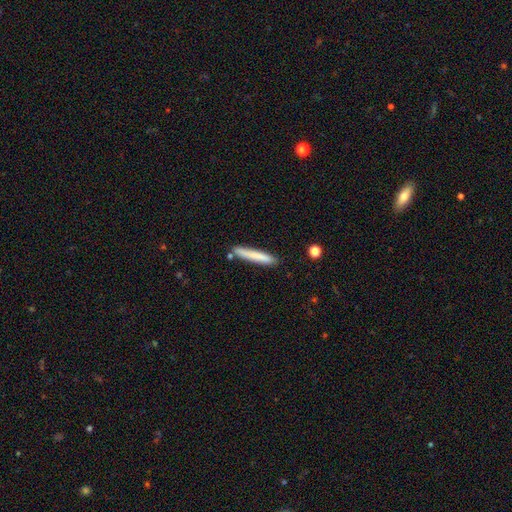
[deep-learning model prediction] Q: Smooth or featured?
A: smooth (77%); runner-up: featured or disk (17%)
Q: How rounded?
A: cigar-shaped (95%); runner-up: in between (4%)
Q: Merging?
A: none (83%); runner-up: minor disturbance (11%)